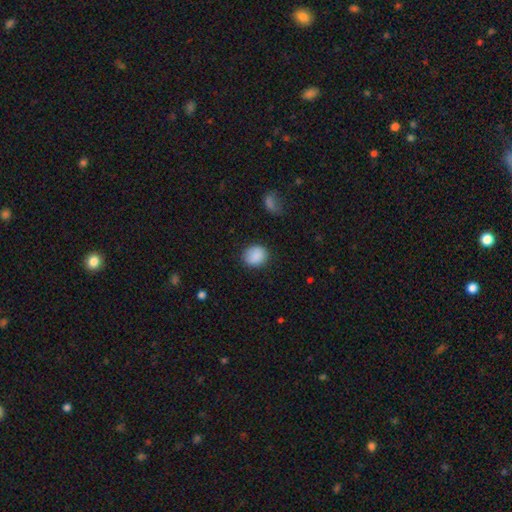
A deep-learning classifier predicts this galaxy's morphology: The model was most divided on "how rounded": round: 67%, in between: 32%, cigar-shaped: 1%. More confident: smooth or featured — smooth (88%); merging — none (84%).